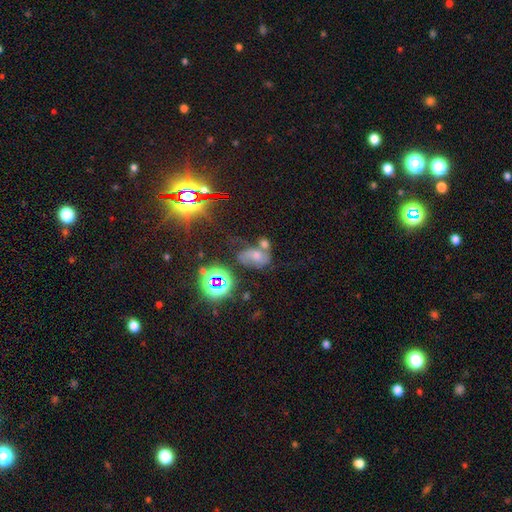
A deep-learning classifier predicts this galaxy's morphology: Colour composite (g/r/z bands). It shows a smooth galaxy with no disk features (37%). Merging: merger (34%).